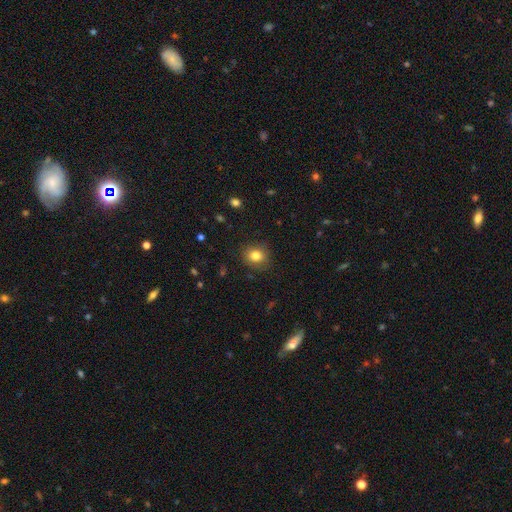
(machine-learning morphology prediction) smooth_or_featured: smooth (p=0.81) [alt: star or artifact p=0.11]
how_rounded: round (p=0.71) [alt: in between p=0.28]
merging: none (p=0.84) [alt: minor disturbance p=0.12]